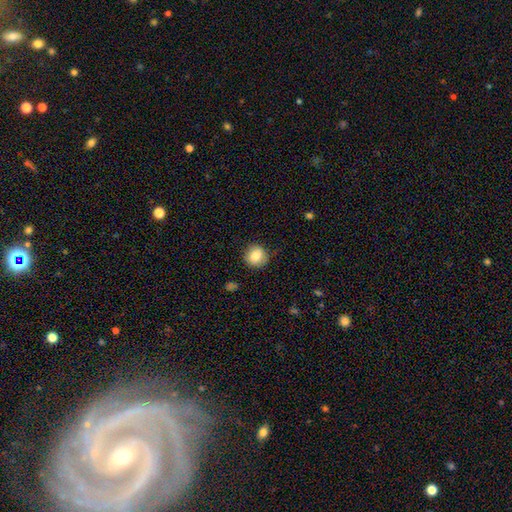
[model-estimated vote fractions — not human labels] Smooth or featured: smooth — 83% (star or artifact — 9%)
How rounded: round — 90% (in between — 9%)
Merging: none — 85% (minor disturbance — 11%)